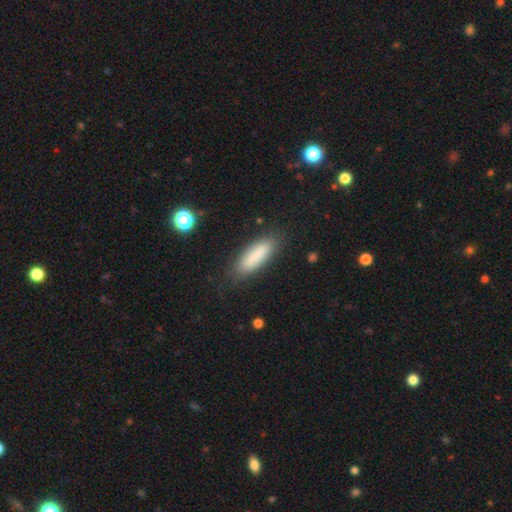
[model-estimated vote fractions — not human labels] smooth_or_featured: smooth (p=0.83) [alt: featured or disk p=0.10]
how_rounded: cigar-shaped (p=0.52) [alt: in between p=0.47]
merging: none (p=0.82) [alt: minor disturbance p=0.12]